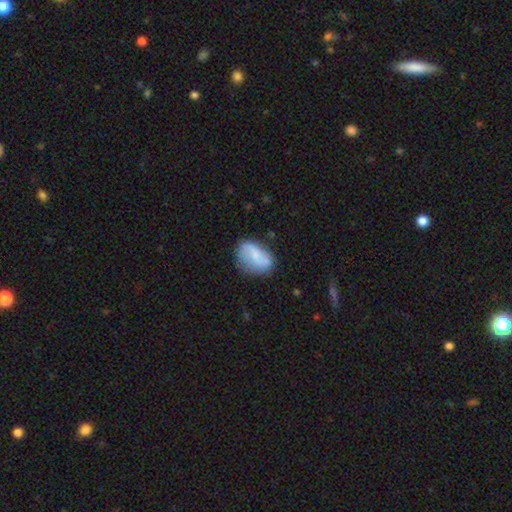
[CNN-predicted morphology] This is likely a smooth galaxy (60%). How rounded: clearly in between (86%). Merging: possibly none (56%).